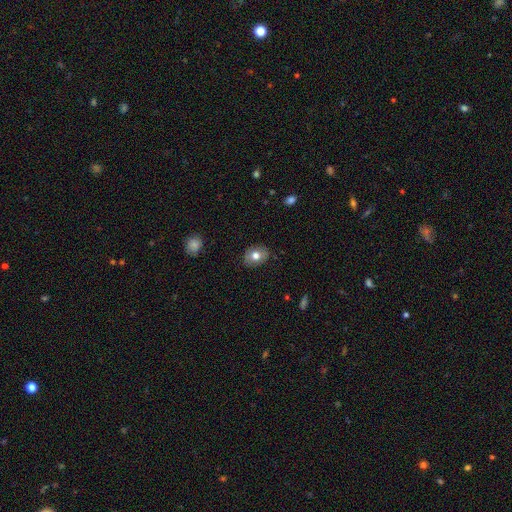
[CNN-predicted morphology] smooth-or-featured: smooth: 71% | featured or disk: 21% | star or artifact: 8%
  how-rounded: in between: 60% | round: 39% | cigar-shaped: 1%
  merging: none: 84% | minor disturbance: 12% | major disturbance: 3% | merger: 1%